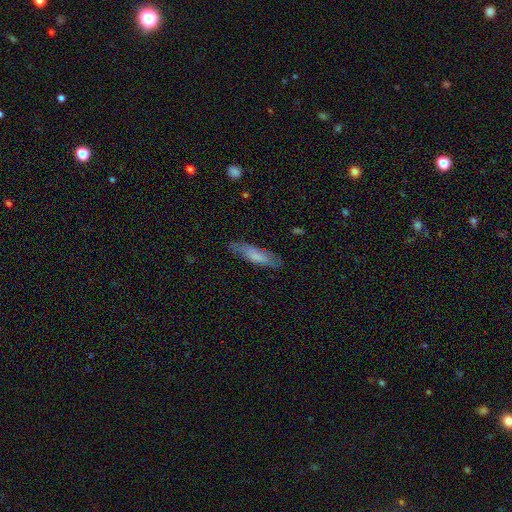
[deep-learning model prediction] smooth_or_featured: smooth (p=0.66) [alt: featured or disk p=0.27]
how_rounded: cigar-shaped (p=0.70) [alt: in between p=0.29]
merging: none (p=0.77) [alt: minor disturbance p=0.17]